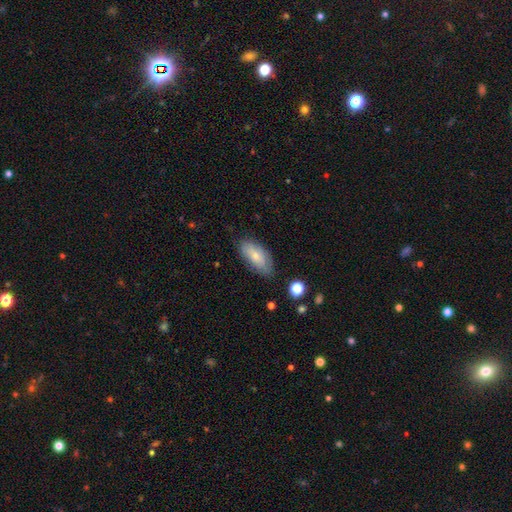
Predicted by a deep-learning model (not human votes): Q: Smooth or featured?
A: smooth (71%); runner-up: featured or disk (22%)
Q: How rounded?
A: in between (88%); runner-up: cigar-shaped (9%)
Q: Merging?
A: none (72%); runner-up: minor disturbance (21%)